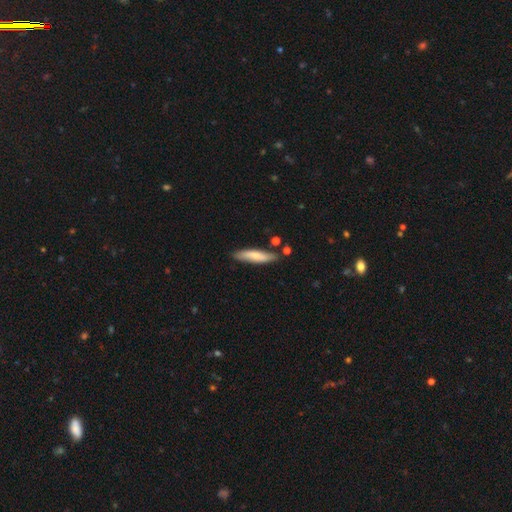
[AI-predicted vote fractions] Smooth or featured? Predicted: smooth (p=0.69). How rounded? Predicted: cigar-shaped (p=0.79). Merging? Predicted: none (p=0.79).